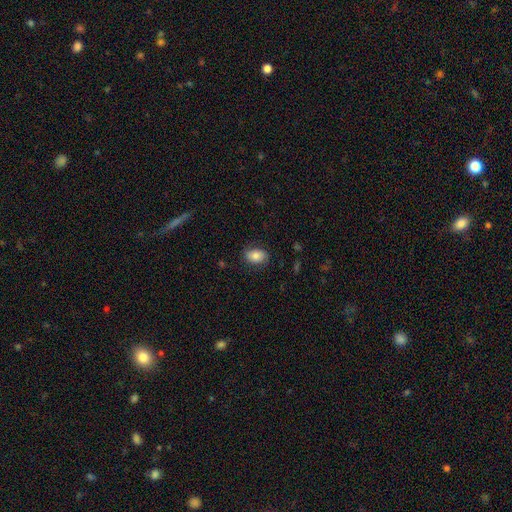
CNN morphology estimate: type=smooth (77%); roundness=in between (83%); merging=none (79%).